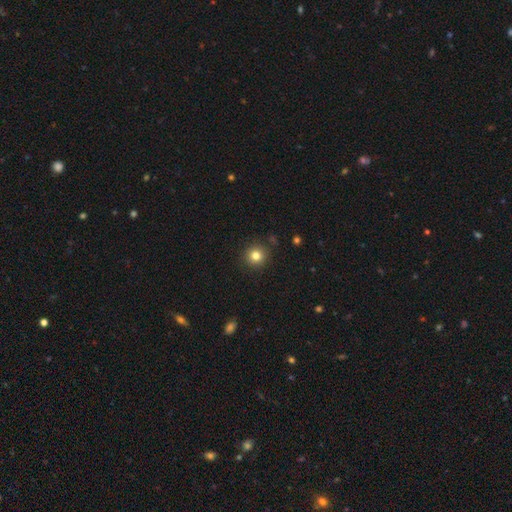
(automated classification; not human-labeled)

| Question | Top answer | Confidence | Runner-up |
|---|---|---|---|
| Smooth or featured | smooth | 81% | star or artifact (12%) |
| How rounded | round | 93% | in between (6%) |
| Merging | none | 90% | minor disturbance (6%) |